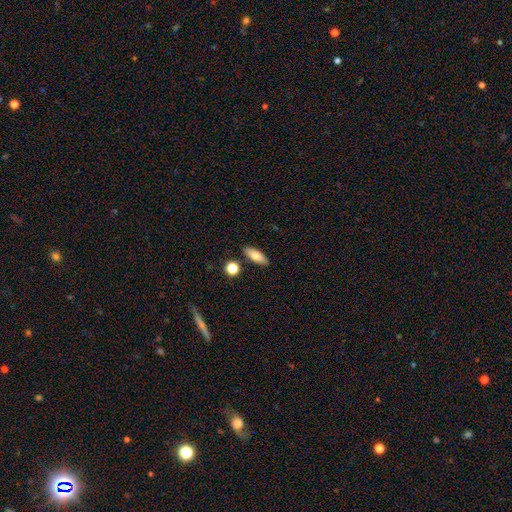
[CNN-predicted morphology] type=smooth (76%); roundness=in between (66%); merging=none (85%).